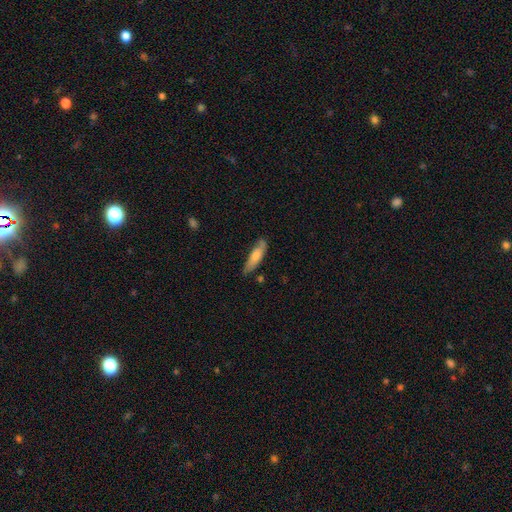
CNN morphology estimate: Q: Smooth or featured?
A: smooth (67%); runner-up: featured or disk (27%)
Q: How rounded?
A: cigar-shaped (59%); runner-up: in between (40%)
Q: Merging?
A: none (67%); runner-up: minor disturbance (25%)